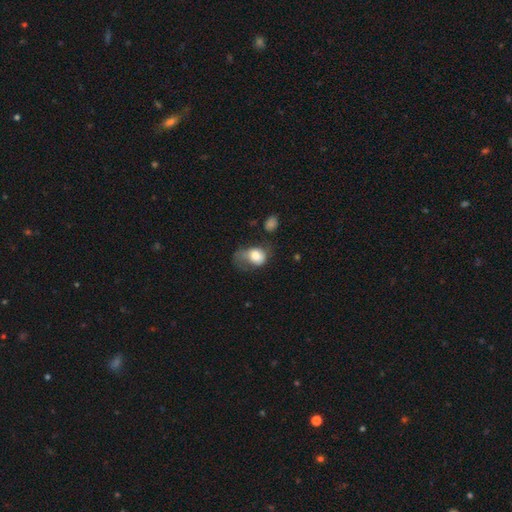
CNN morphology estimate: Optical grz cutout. It shows a smooth galaxy with no disk features (74%) that is in between round and cigar-shaped (63%). Merging: major disturbance (48%).